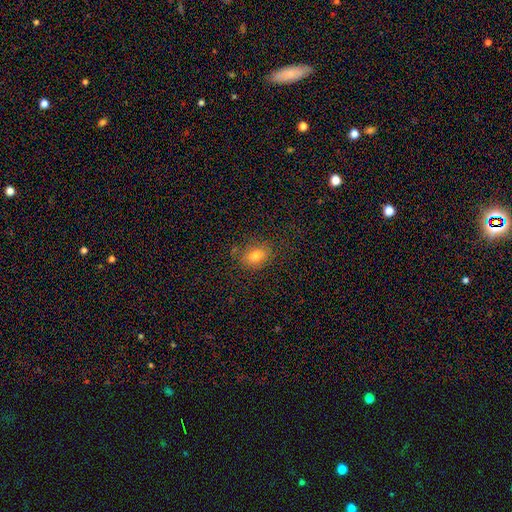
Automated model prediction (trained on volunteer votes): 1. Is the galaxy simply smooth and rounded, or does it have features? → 78% smooth, 12% star or artifact, 10% featured or disk.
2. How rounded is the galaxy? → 63% in between, 35% round, 1% cigar-shaped.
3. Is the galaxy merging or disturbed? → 78% none, 14% minor disturbance, 5% major disturbance, 3% merger.